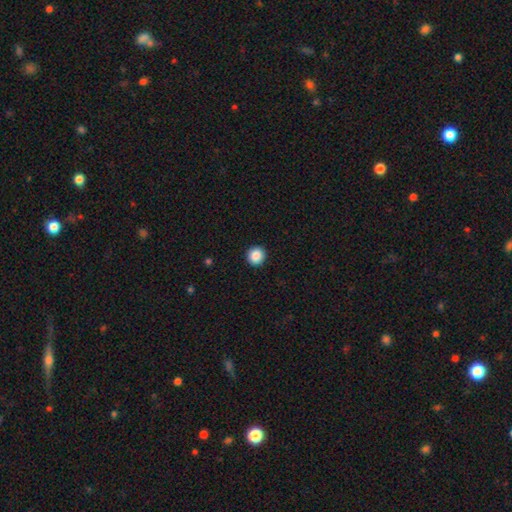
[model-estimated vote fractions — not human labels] Smooth or featured? smooth (87%)
How rounded? round (93%)
Merging? none (93%)